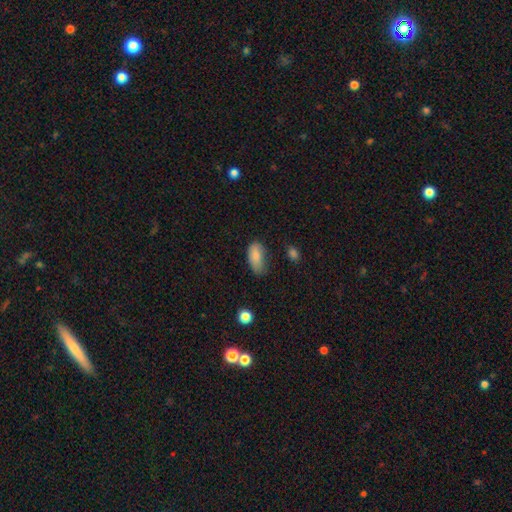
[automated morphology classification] smooth_or_featured: smooth (p=0.83) [alt: featured or disk p=0.08]
how_rounded: in between (p=0.90) [alt: cigar-shaped p=0.06]
merging: none (p=0.50) [alt: minor disturbance p=0.37]